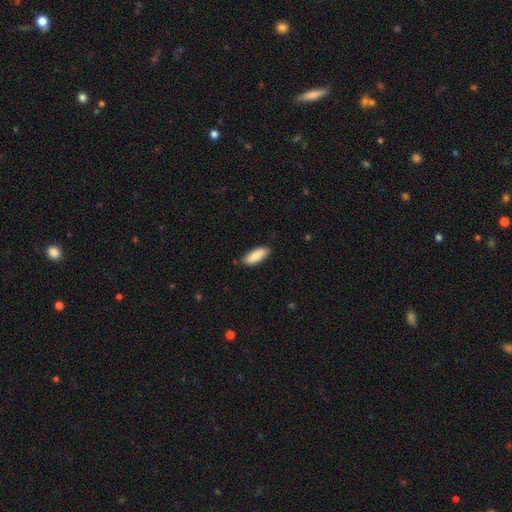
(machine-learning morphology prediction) type=smooth (87%); roundness=in between (71%); merging=none (85%).